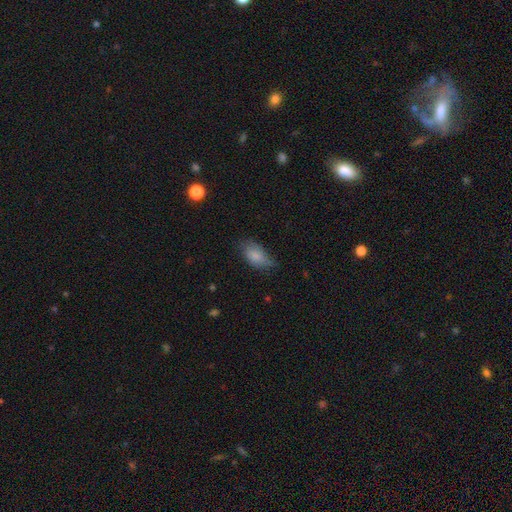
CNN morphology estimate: Q: Smooth or featured?
A: smooth (81%); runner-up: featured or disk (12%)
Q: How rounded?
A: in between (92%); runner-up: round (4%)
Q: Merging?
A: none (52%); runner-up: minor disturbance (36%)